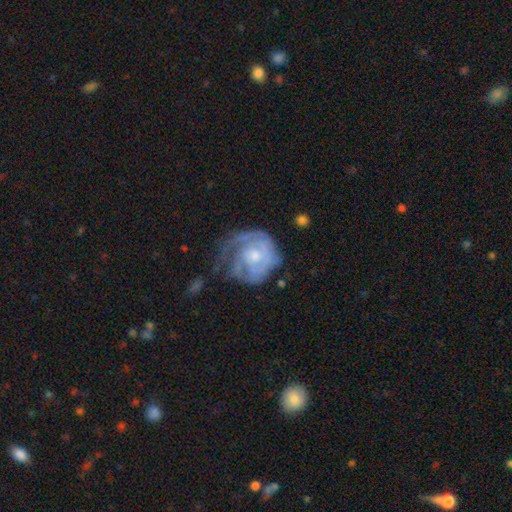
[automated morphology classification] Smooth or featured? featured or disk (77%)
Edge-on disk? no (98%)
Bar? no (76%)
Spiral arms? yes (87%)
Spiral winding? tight (64%)
Spiral arm count? can't tell (36%)
Bulge size? moderate (49%)
Merging? none (44%)